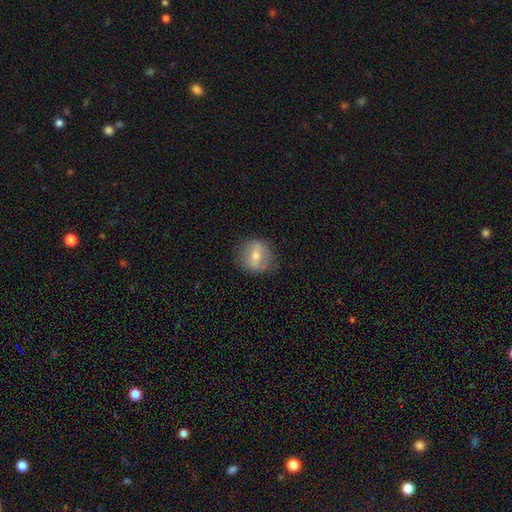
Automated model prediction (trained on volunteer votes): smooth_or_featured: smooth (p=0.54) [alt: featured or disk p=0.38]
how_rounded: round (p=0.84) [alt: in between p=0.15]
merging: none (p=0.82) [alt: minor disturbance p=0.13]